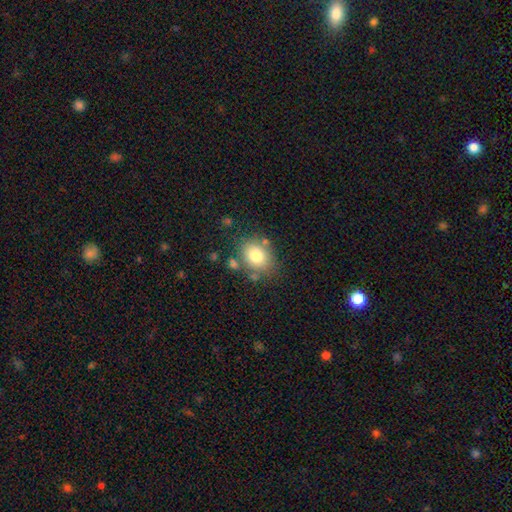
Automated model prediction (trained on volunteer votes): smooth-or-featured: smooth: 78% | featured or disk: 12% | star or artifact: 10%
  how-rounded: round: 53% | in between: 47% | cigar-shaped: 1%
  merging: none: 75% | minor disturbance: 14% | merger: 6% | major disturbance: 5%